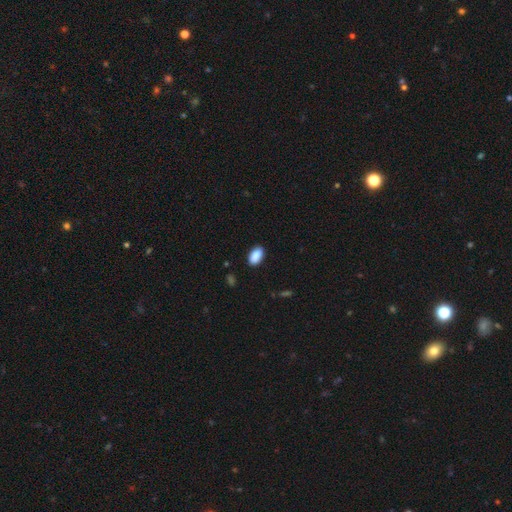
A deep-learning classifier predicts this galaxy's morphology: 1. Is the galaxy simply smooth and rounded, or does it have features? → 90% smooth, 7% star or artifact, 4% featured or disk.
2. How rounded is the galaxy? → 94% in between, 4% round, 2% cigar-shaped.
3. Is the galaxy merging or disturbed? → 87% none, 10% minor disturbance, 2% major disturbance, 1% merger.